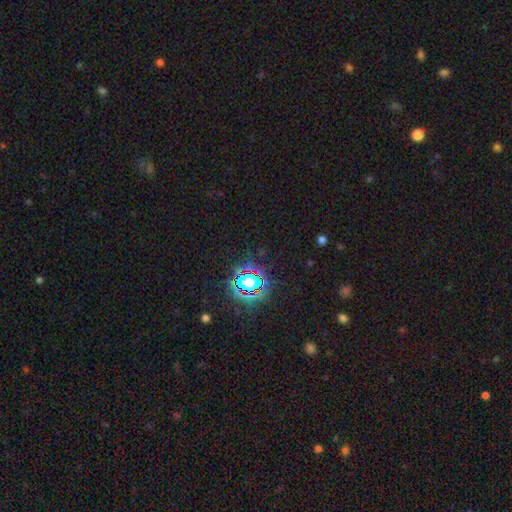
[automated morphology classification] This is clearly a star or artifact rather than a galaxy (81%).